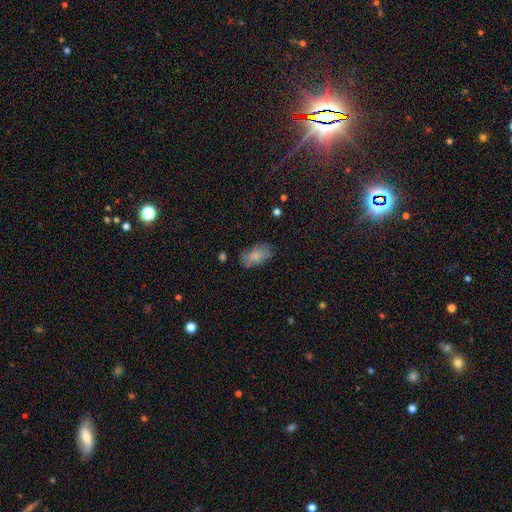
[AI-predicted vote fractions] Overall: smooth (78%). How rounded: in between (93%). Merging: none (68%).